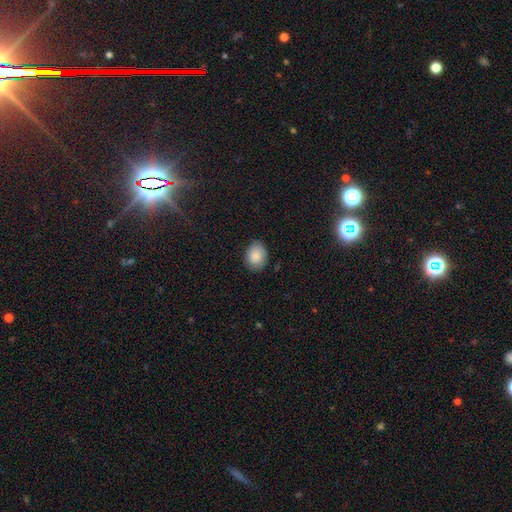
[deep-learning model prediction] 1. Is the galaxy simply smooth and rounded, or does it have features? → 85% smooth, 8% featured or disk, 7% star or artifact.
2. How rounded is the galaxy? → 65% in between, 34% round, 1% cigar-shaped.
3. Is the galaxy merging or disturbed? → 80% none, 16% minor disturbance, 3% major disturbance, 1% merger.